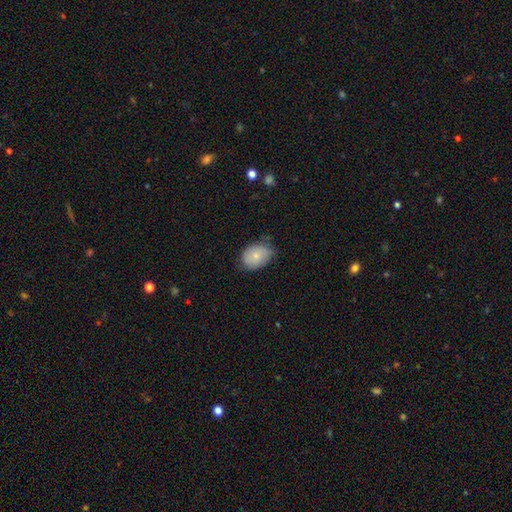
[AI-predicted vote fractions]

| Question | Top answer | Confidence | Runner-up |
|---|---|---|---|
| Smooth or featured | smooth | 78% | featured or disk (14%) |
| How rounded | in between | 73% | round (26%) |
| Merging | none | 61% | minor disturbance (32%) |